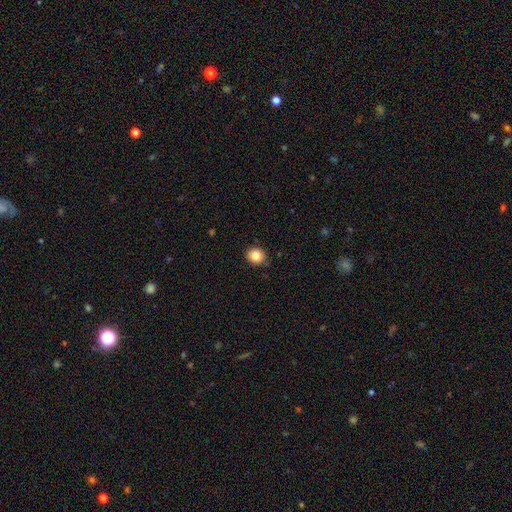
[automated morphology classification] A smooth galaxy with no disk features (84%) that is round (77%). Merging: none (88%).